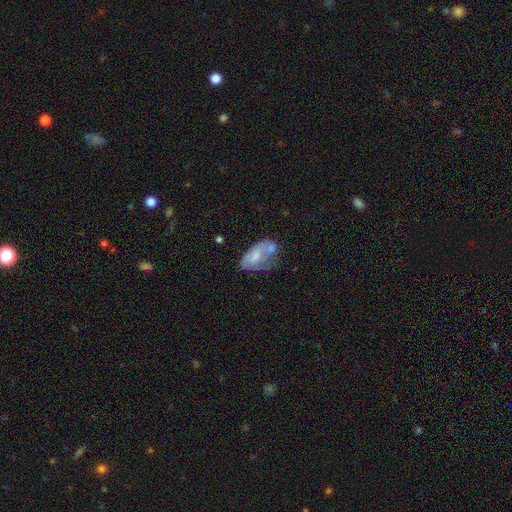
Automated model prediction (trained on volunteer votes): A smooth galaxy with no disk features (51%) that is in between round and cigar-shaped (91%). Merging: none (28%).